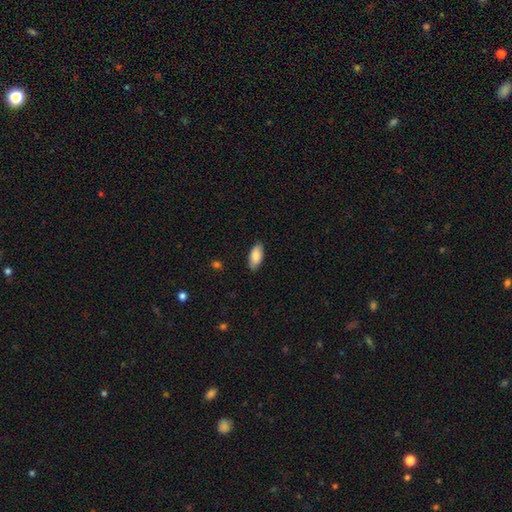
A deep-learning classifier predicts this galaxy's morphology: Smooth or featured? smooth (86%)
How rounded? in between (89%)
Merging? none (87%)